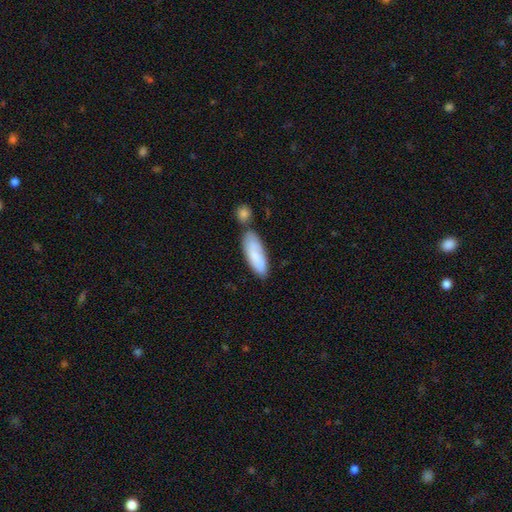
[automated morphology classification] type=smooth (78%); roundness=in between (60%); merging=none (58%).